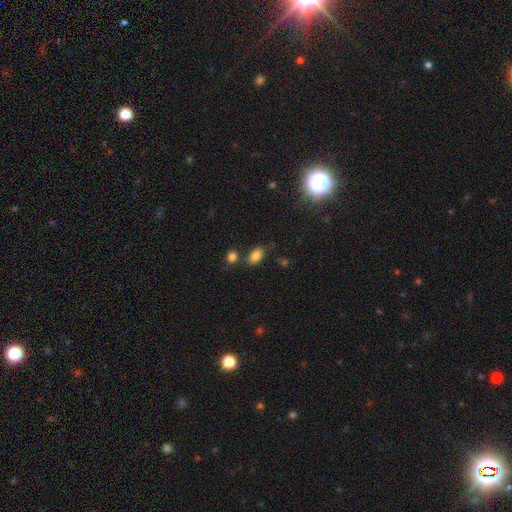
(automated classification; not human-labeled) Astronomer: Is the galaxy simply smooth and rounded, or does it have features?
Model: smooth — 82%.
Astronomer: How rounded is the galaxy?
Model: in between — 86%.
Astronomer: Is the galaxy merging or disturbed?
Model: none — 68%.